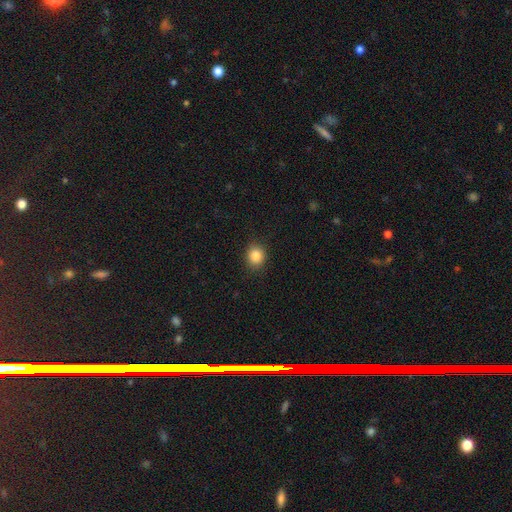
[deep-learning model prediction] The model was most divided on "how rounded": round: 78%, in between: 21%, cigar-shaped: 1%. More confident: merging — none (88%); smooth or featured — smooth (86%).